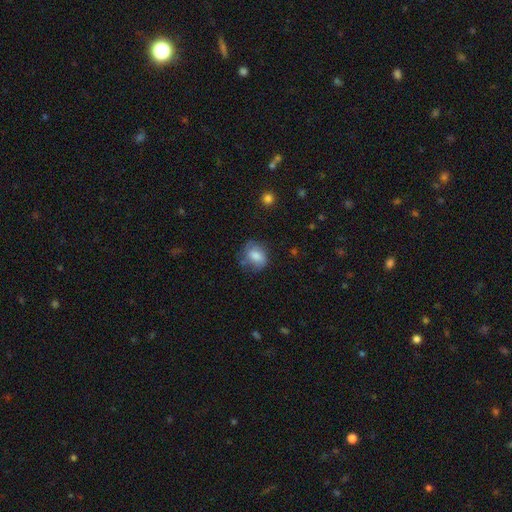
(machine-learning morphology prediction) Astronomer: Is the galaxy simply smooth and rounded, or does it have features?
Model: smooth — 75%.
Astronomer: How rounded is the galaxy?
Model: in between — 55% (runner-up: round, 43%).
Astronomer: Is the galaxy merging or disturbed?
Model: none — 57%.